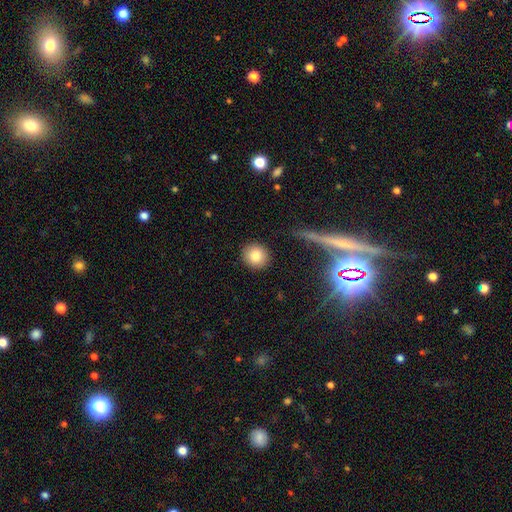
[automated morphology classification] A smooth galaxy with no disk features (83%) that is round (88%).

Vote fractions:
- Smooth or featured? smooth: 83% / star or artifact: 9% / featured or disk: 8%
- How rounded? round: 88% / in between: 10% / cigar-shaped: 1%
- Merging? none: 90% / minor disturbance: 6% / major disturbance: 2% / merger: 1%